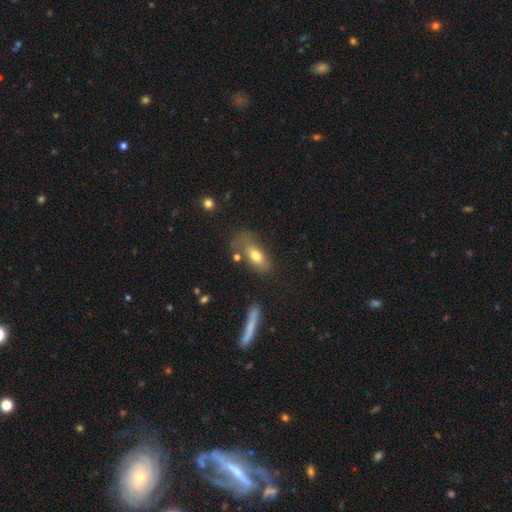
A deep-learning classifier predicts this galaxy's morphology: Q: Smooth or featured?
A: smooth (71%); runner-up: featured or disk (20%)
Q: How rounded?
A: in between (80%); runner-up: cigar-shaped (15%)
Q: Merging?
A: none (46%); runner-up: minor disturbance (25%)